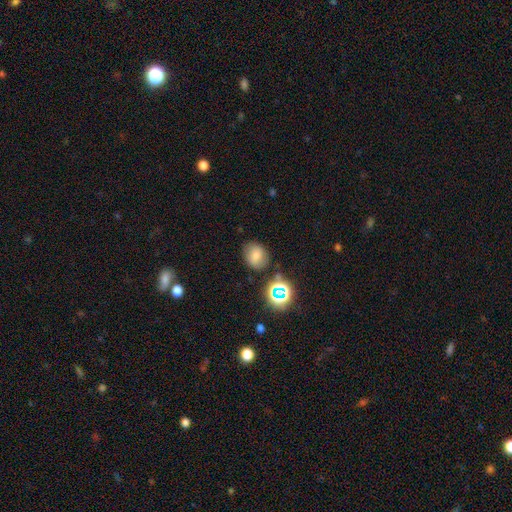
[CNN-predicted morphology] Q: Smooth or featured?
A: smooth (71%); runner-up: star or artifact (17%)
Q: How rounded?
A: round (56%); runner-up: in between (43%)
Q: Merging?
A: none (77%); runner-up: minor disturbance (15%)